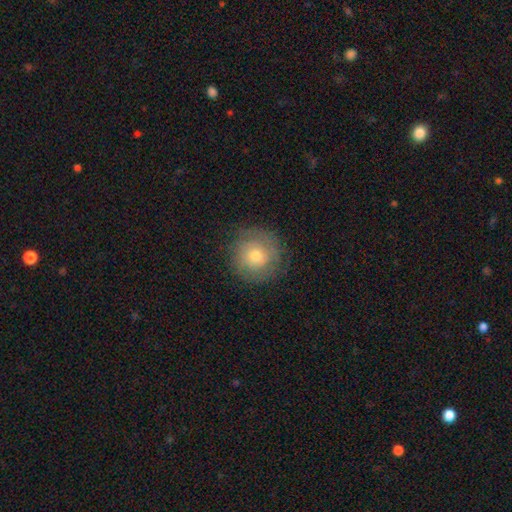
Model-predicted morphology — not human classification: Smooth or featured? Predicted: smooth (p=0.54). How rounded? Predicted: round (p=0.94). Merging? Predicted: none (p=0.80).